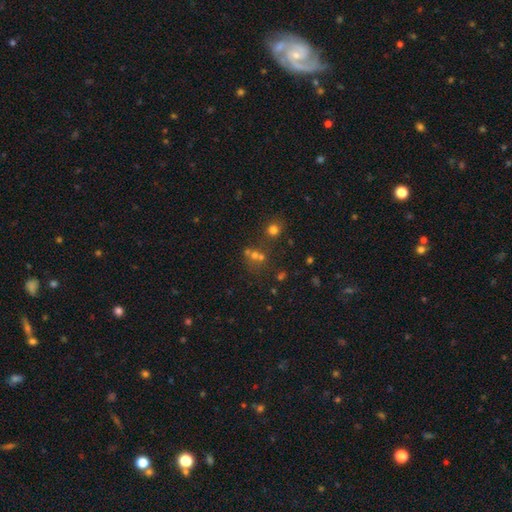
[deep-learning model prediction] Overall: smooth (55%; star or artifact 29%). How rounded: round (76%). Merging: none (44%; merger 42%).